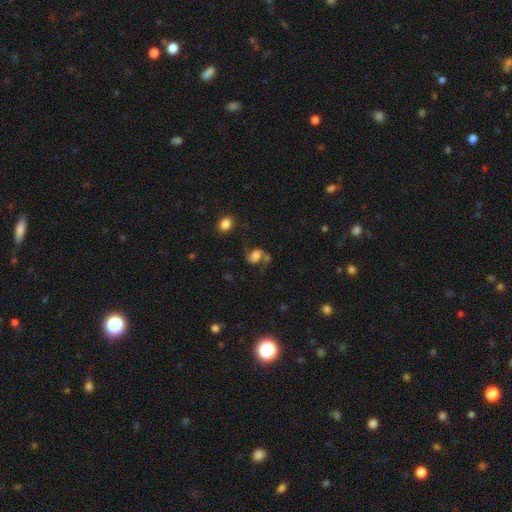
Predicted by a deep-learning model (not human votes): Q: Smooth or featured?
A: featured or disk (51%); runner-up: smooth (37%)
Q: Edge-on disk?
A: no (97%); runner-up: yes (3%)
Q: Merging?
A: none (49%); runner-up: merger (19%)